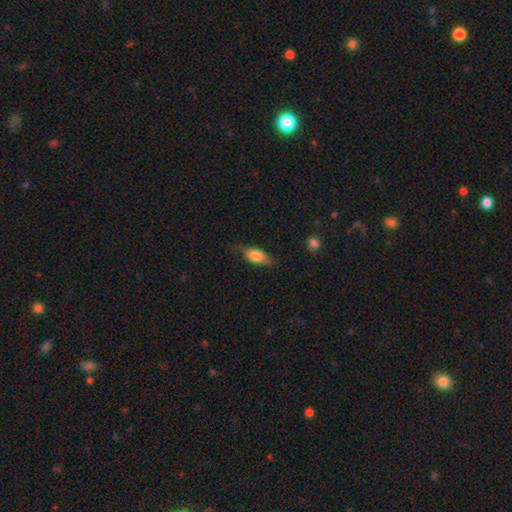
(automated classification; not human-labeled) Smooth or featured?
  - smooth: 75% *
  - featured or disk: 18%
  - star or artifact: 7%
How rounded?
  - in between: 82% *
  - cigar-shaped: 13%
  - round: 5%
Merging?
  - none: 63% *
  - minor disturbance: 28%
  - major disturbance: 8%
  - merger: 2%